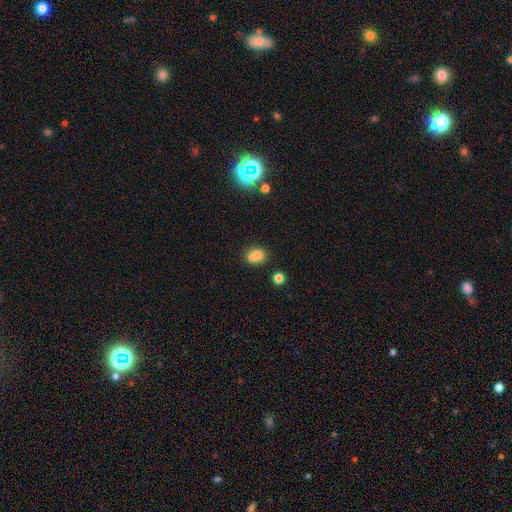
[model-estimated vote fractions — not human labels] smooth 71%, featured or disk 16%, star or artifact 13%. Down the decision tree: how rounded — round (66%); merging — merger (51%).